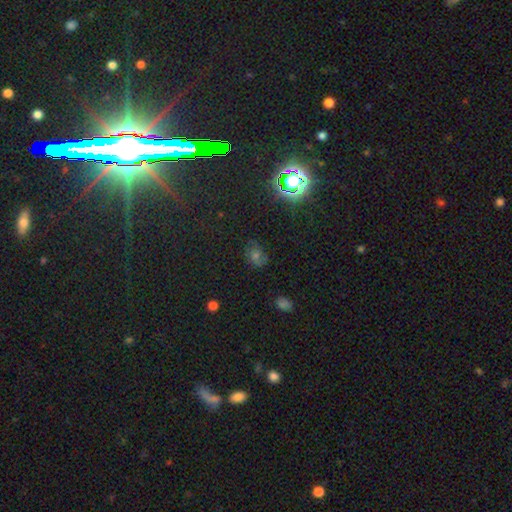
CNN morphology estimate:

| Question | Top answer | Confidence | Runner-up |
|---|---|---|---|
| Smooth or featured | star or artifact | 47% | smooth (36%) |